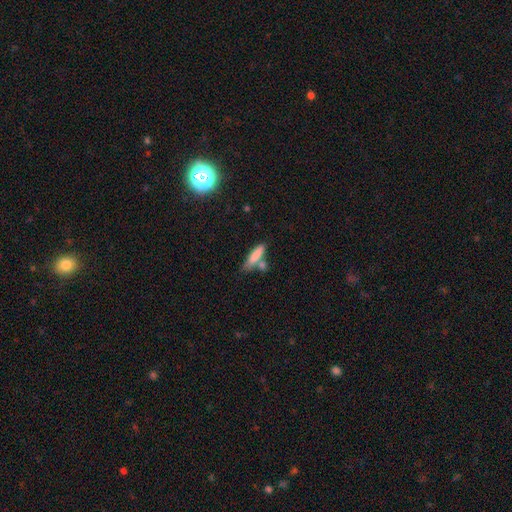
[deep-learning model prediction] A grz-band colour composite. It shows a smooth galaxy with no disk features (80%) that is cigar-shaped (70%). Merging: none (53%).